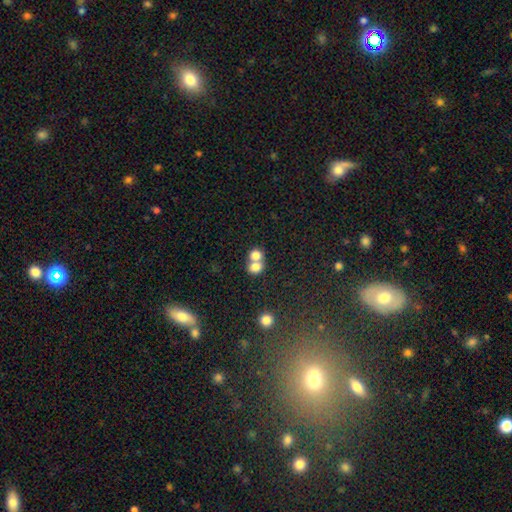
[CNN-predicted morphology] Smooth or featured: smooth — 77% (featured or disk — 12%)
How rounded: round — 67% (in between — 32%)
Merging: merger — 63% (none — 29%)